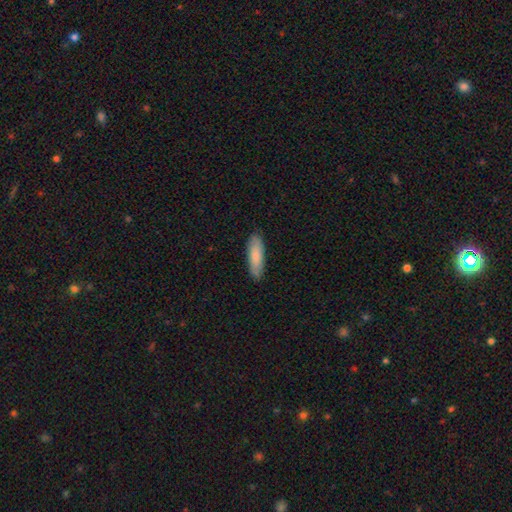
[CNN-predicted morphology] smooth_or_featured: smooth (p=0.83) [alt: featured or disk p=0.12]
how_rounded: cigar-shaped (p=0.50) [alt: in between p=0.48]
merging: none (p=0.88) [alt: minor disturbance p=0.09]